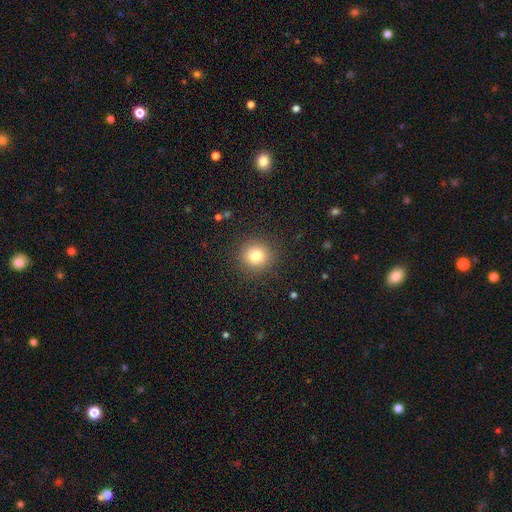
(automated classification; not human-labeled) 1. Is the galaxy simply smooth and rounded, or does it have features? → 79% smooth, 12% star or artifact, 8% featured or disk.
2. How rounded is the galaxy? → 93% round, 6% in between, 1% cigar-shaped.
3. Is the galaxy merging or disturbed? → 90% none, 6% minor disturbance, 3% major disturbance, 1% merger.